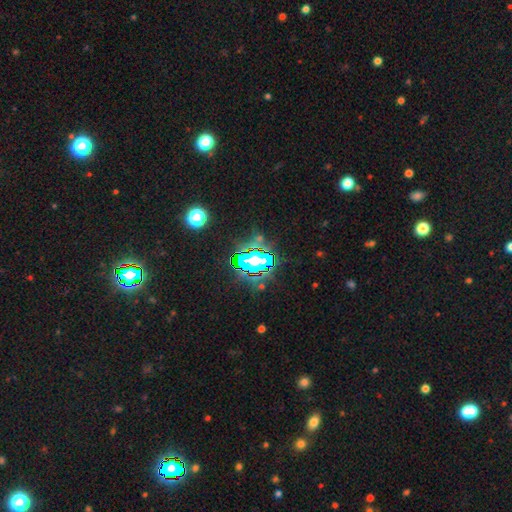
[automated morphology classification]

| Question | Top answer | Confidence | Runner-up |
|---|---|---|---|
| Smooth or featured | star or artifact | 80% | smooth (12%) |